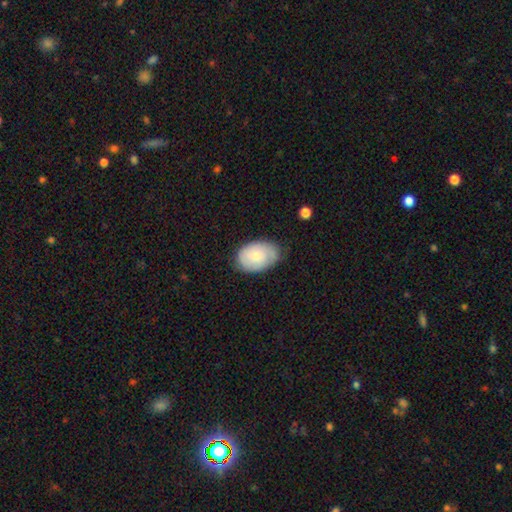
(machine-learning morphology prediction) A smooth galaxy with no disk features (61%) that is in between round and cigar-shaped (83%).

Vote fractions:
- Smooth or featured? smooth: 61% / featured or disk: 32% / star or artifact: 6%
- How rounded? in between: 83% / round: 16% / cigar-shaped: 1%
- Merging? none: 67% / minor disturbance: 26% / major disturbance: 5% / merger: 1%